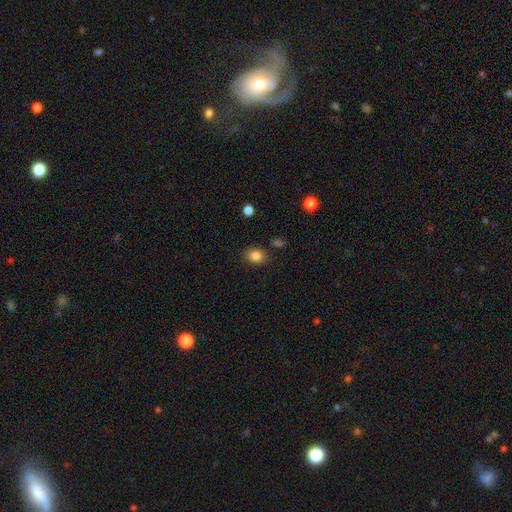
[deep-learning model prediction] A smooth galaxy with no disk features (84%) that is round (51%).

Vote fractions:
- Smooth or featured? smooth: 84% / star or artifact: 11% / featured or disk: 5%
- How rounded? round: 51% / in between: 48% / cigar-shaped: 1%
- Merging? none: 83% / minor disturbance: 11% / major disturbance: 3% / merger: 3%